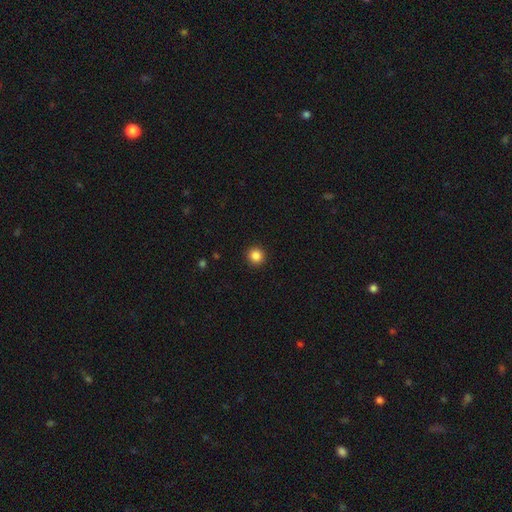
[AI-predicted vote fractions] Smooth or featured: smooth — 86% (star or artifact — 11%)
How rounded: round — 95% (in between — 4%)
Merging: none — 93% (minor disturbance — 4%)